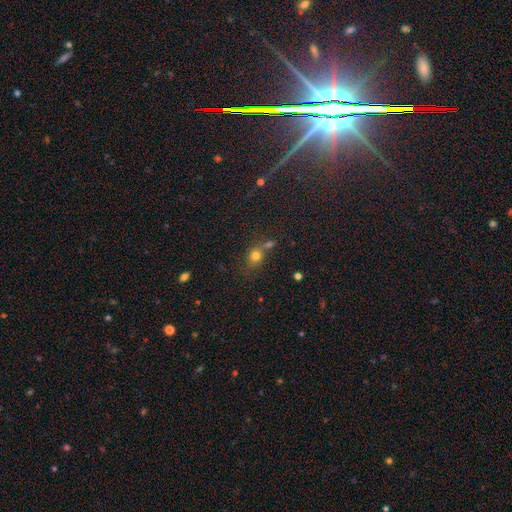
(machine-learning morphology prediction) type=smooth (74%); roundness=round (69%); merging=none (51%).